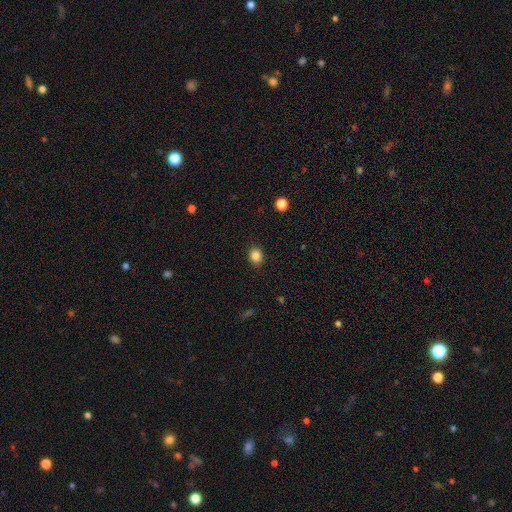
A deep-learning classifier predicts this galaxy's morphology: smooth-or-featured: smooth: 85% | star or artifact: 11% | featured or disk: 4%
  how-rounded: round: 62% | in between: 37% | cigar-shaped: 1%
  merging: none: 89% | minor disturbance: 8% | major disturbance: 2% | merger: 1%